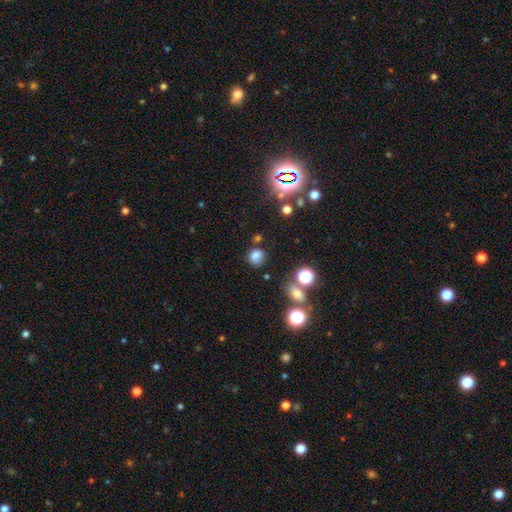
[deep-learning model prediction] smooth 72%, star or artifact 18%, featured or disk 10%. Down the decision tree: how rounded — round (73%); merging — none (66%).